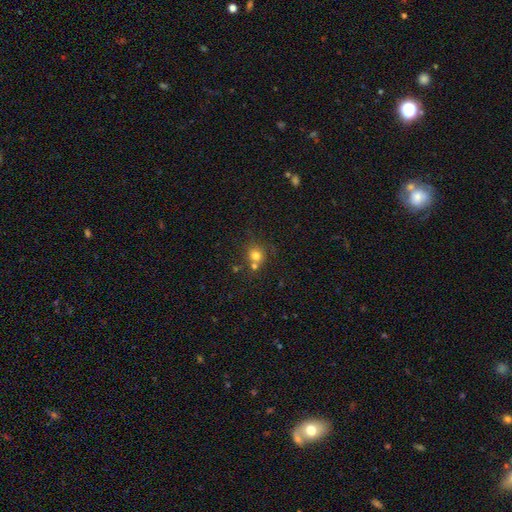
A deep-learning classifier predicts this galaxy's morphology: A smooth galaxy with no disk features (75%) that is round (85%). Merging: none (56%).